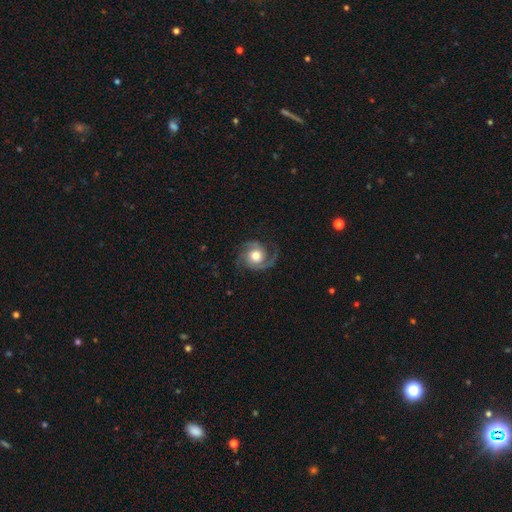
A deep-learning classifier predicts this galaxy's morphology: A featured or disk galaxy (82%) with no bar (74%), 2 (78%) medium (49%) spiral arms (96%) and a moderate central bulge (59%). Merging: none (73%).